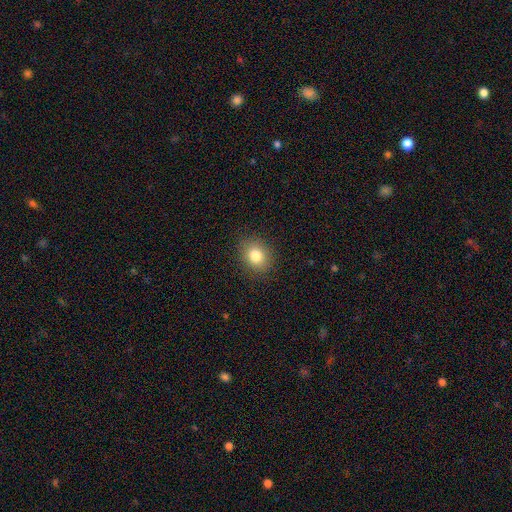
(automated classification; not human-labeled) smooth 81%, star or artifact 11%, featured or disk 8%. Down the decision tree: how rounded — round (58%); merging — none (87%).